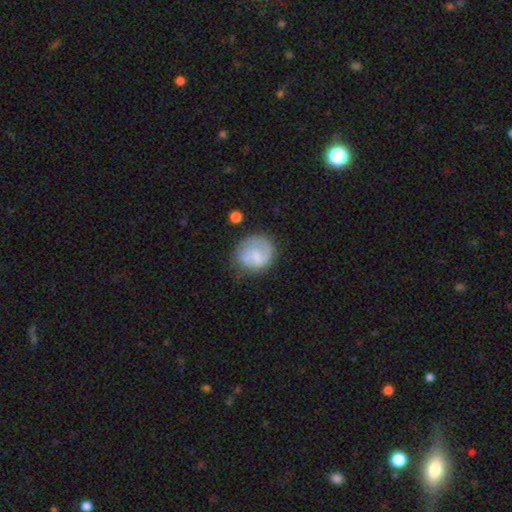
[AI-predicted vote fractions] A smooth galaxy with no disk features (47%).

Vote fractions:
- Smooth or featured? smooth: 47% / featured or disk: 46% / star or artifact: 7%
- Merging? none: 63% / minor disturbance: 22% / major disturbance: 12% / merger: 3%